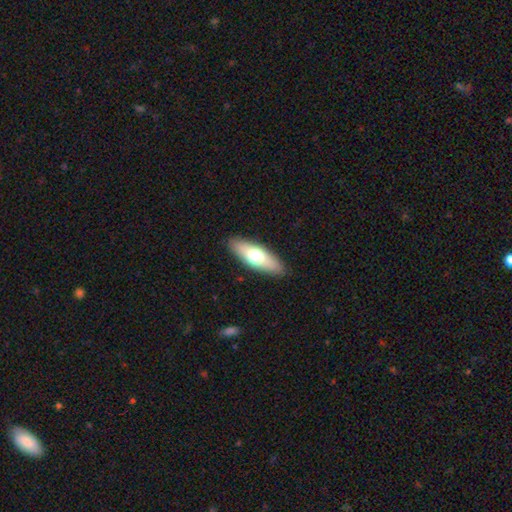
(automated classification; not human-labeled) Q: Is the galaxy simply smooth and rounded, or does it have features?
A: smooth — 61%.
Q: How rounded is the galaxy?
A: in between — 61%.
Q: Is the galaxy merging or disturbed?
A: none — 88%.